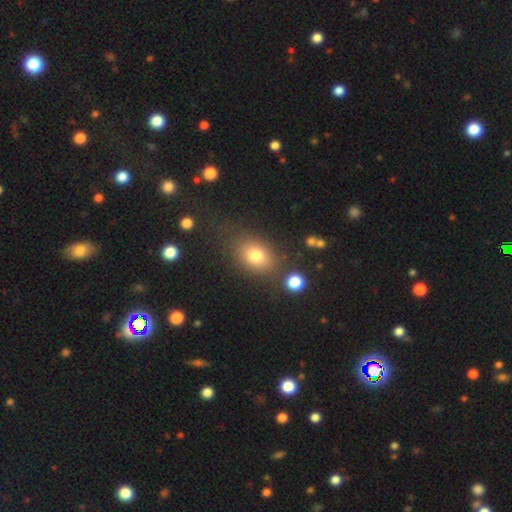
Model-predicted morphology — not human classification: The model was most divided on "how rounded": in between: 64%, round: 34%, cigar-shaped: 2%. More confident: smooth or featured — smooth (77%); merging — none (72%).